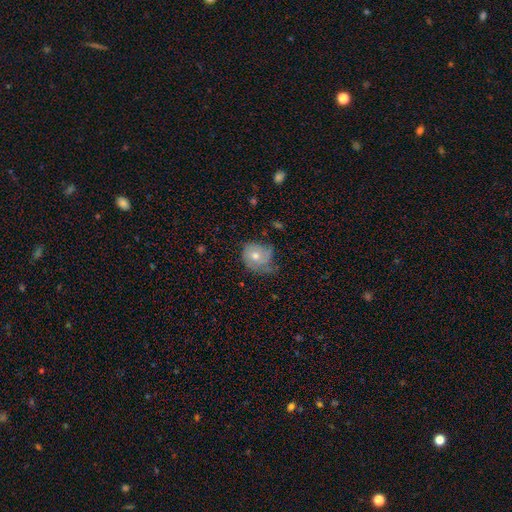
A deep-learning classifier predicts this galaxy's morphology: Overall: featured or disk (51%; smooth 40%). Edge-on disk: no (97%). Merging: none (48%; minor disturbance 32%).